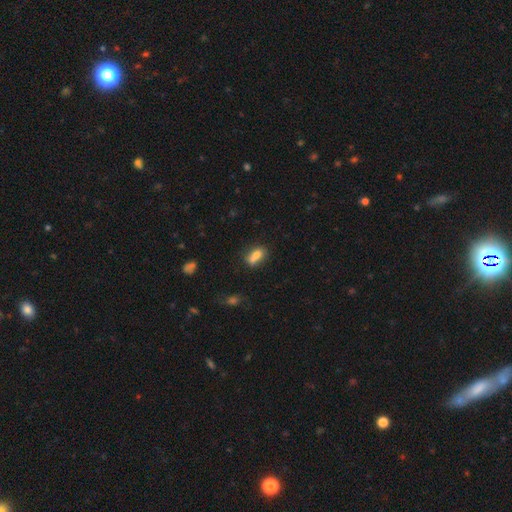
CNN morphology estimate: type=smooth (72%); roundness=in between (71%); merging=merger (45%).